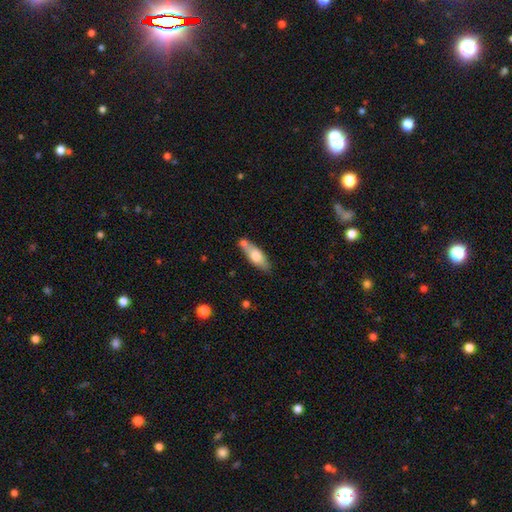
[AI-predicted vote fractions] Q: Smooth or featured?
A: smooth (67%); runner-up: featured or disk (27%)
Q: How rounded?
A: in between (57%); runner-up: cigar-shaped (40%)
Q: Merging?
A: none (64%); runner-up: minor disturbance (18%)